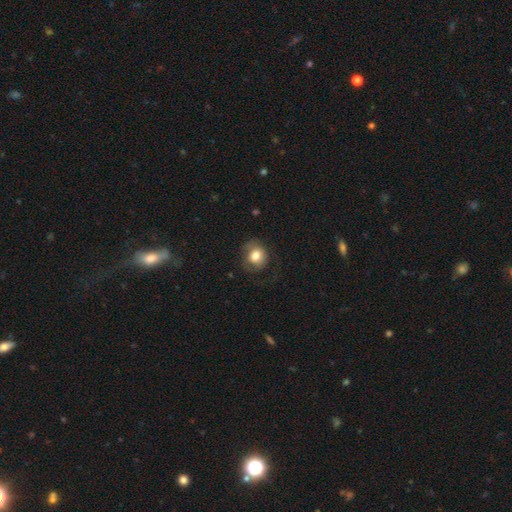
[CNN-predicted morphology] smooth_or_featured: smooth (p=0.76) [alt: featured or disk p=0.15]
how_rounded: round (p=0.67) [alt: in between p=0.32]
merging: none (p=0.65) [alt: minor disturbance p=0.20]